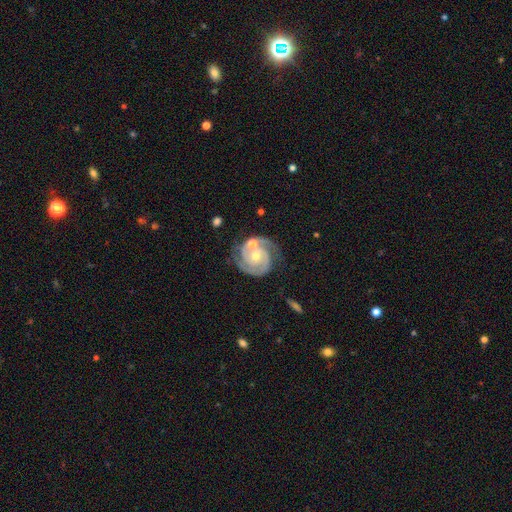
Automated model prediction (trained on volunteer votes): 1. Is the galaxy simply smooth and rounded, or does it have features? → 91% featured or disk, 5% star or artifact, 4% smooth.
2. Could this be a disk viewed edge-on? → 98% no, 2% yes.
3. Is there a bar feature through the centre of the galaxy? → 66% no, 26% weak, 8% strong.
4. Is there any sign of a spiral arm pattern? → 98% yes, 2% no.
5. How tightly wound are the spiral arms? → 69% tight, 28% medium, 3% loose.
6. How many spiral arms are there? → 83% 2, 9% 3, 3% can't tell, 2% 1, 1% 4, 1% more than 4.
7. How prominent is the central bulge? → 53% small, 43% moderate, 2% none, 1% large, 1% dominant.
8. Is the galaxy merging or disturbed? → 66% none, 15% minor disturbance, 14% merger, 5% major disturbance.